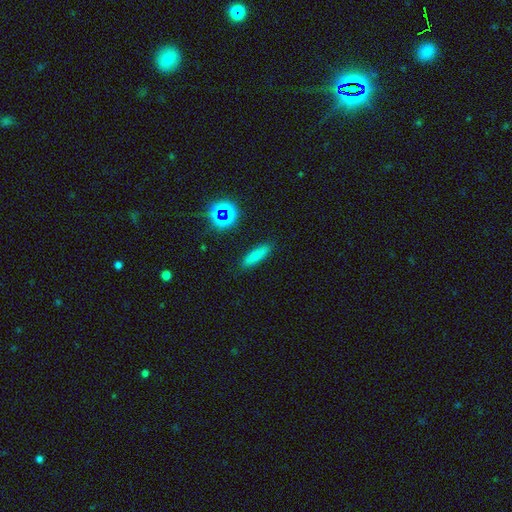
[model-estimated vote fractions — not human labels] A smooth galaxy with no disk features (77%) that is cigar-shaped (65%).

Vote fractions:
- Smooth or featured? smooth: 77% / star or artifact: 14% / featured or disk: 8%
- How rounded? cigar-shaped: 65% / in between: 32% / round: 3%
- Merging? none: 87% / minor disturbance: 9% / major disturbance: 3% / merger: 2%